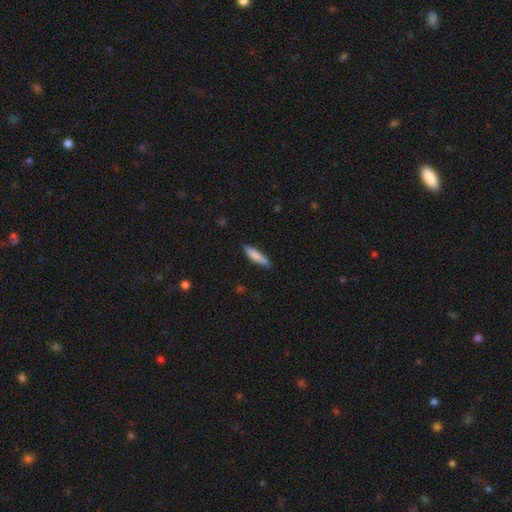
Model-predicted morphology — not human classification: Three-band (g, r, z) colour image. It shows a smooth galaxy with no disk features (82%) that is cigar-shaped (81%). Merging: none (82%).